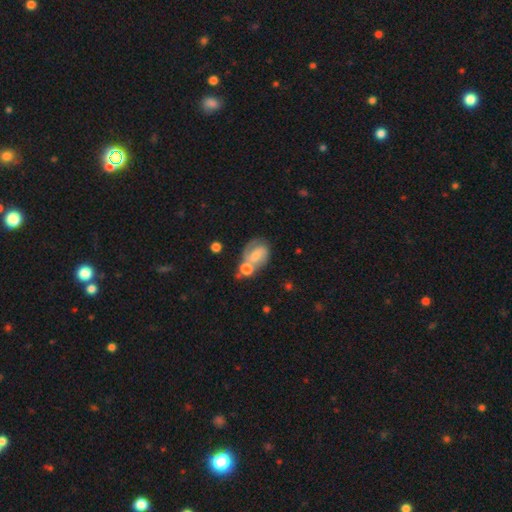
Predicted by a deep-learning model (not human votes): A featured or disk galaxy (53%) with no bar (42%), spiral arms (79%) and a small central bulge (36%).

Vote fractions:
- Smooth or featured? featured or disk: 53% / smooth: 37% / star or artifact: 9%
- Edge-on disk? no: 97% / yes: 3%
- Bar? no: 42% / weak: 41% / strong: 17%
- Spiral arms? yes: 79% / no: 21%
- Bulge size? small: 36% / moderate: 32% / none: 19% / large: 10% / dominant: 3%
- Merging? none: 35% / merger: 34% / minor disturbance: 17% / major disturbance: 14%